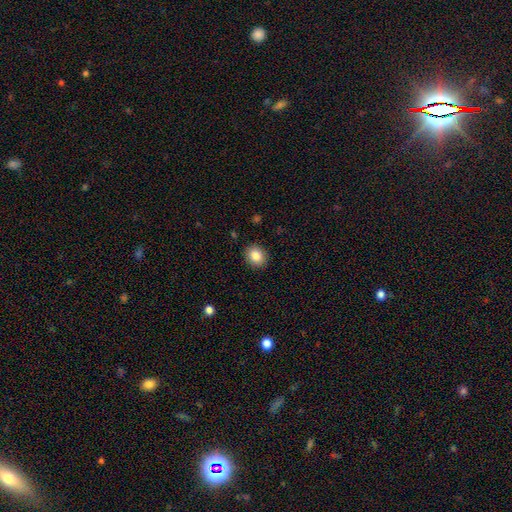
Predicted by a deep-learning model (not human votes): smooth_or_featured: smooth (p=0.85) [alt: star or artifact p=0.09]
how_rounded: round (p=0.74) [alt: in between p=0.25]
merging: none (p=0.90) [alt: minor disturbance p=0.07]